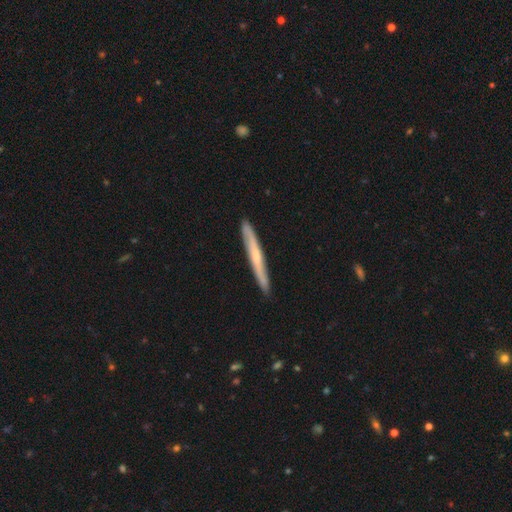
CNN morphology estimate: A featured or disk galaxy (53%) viewed edge-on (92%). Merging: none (89%).